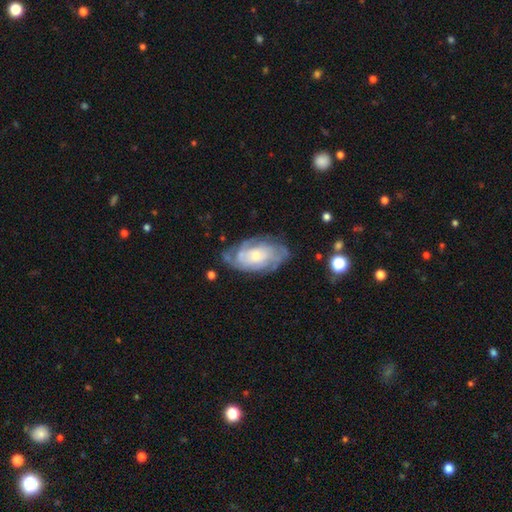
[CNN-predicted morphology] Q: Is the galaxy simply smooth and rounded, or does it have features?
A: featured or disk — 77%.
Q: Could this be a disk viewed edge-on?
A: no — 95%.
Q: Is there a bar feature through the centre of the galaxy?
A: no — 74%.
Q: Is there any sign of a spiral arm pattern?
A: yes — 88%.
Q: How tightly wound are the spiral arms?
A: tight — 65%.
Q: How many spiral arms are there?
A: can't tell — 51%.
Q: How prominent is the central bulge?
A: small — 54%.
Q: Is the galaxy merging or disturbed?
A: none — 65%.